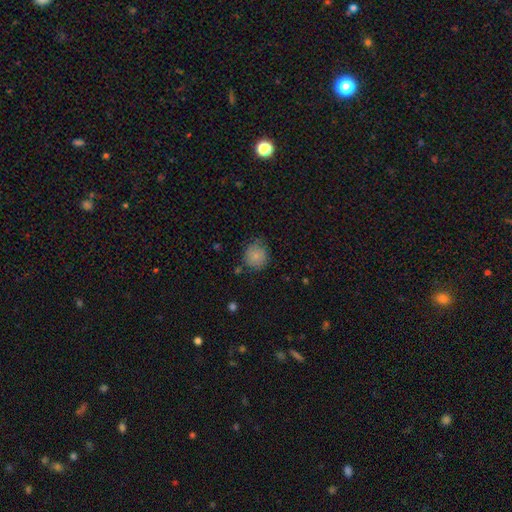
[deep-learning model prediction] smooth 82%, star or artifact 9%, featured or disk 9%. Down the decision tree: how rounded — round (88%); merging — none (72%).